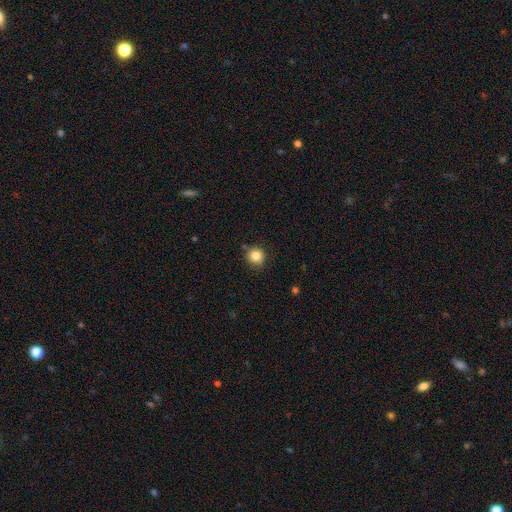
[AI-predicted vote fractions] This appears to be a smooth galaxy with no disk features (84%) that is round (91%). Merging: none (82%).